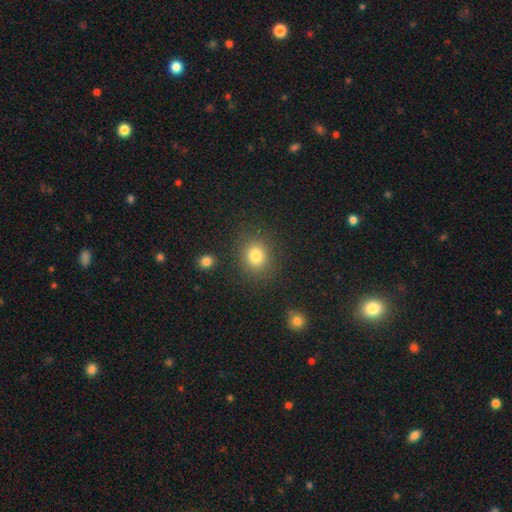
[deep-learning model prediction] The model was most divided on "how rounded": round: 73%, in between: 26%, cigar-shaped: 1%. More confident: merging — none (85%); smooth or featured — smooth (81%).